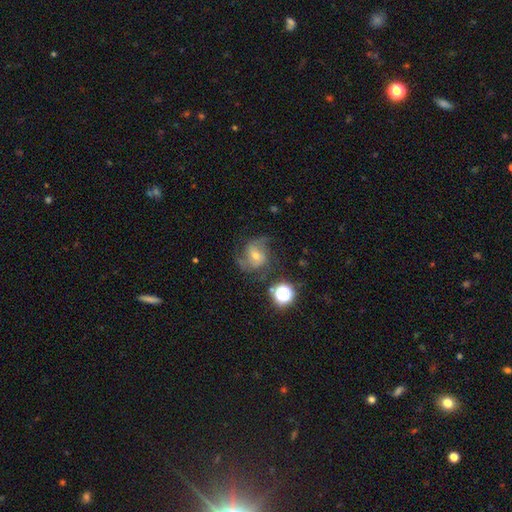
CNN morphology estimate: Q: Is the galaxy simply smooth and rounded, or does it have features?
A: featured or disk — 69%.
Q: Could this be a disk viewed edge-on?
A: no — 97%.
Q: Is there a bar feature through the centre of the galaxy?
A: no — 50%.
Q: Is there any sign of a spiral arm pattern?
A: yes — 92%.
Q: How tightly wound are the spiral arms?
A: medium — 49%.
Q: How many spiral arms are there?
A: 2 — 48%.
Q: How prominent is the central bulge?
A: moderate — 48%.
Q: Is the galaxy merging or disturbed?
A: none — 61%.